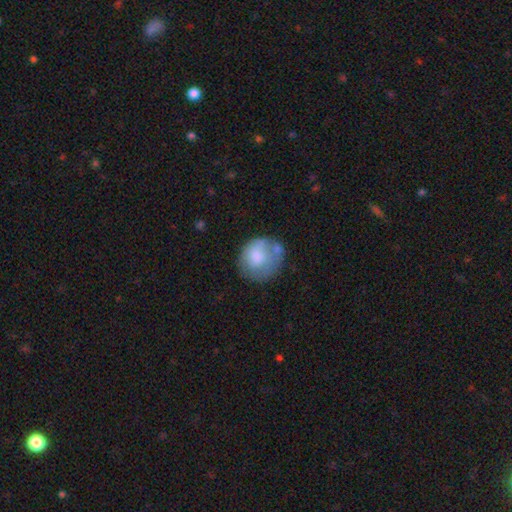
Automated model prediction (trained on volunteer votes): This appears to be a smooth galaxy with no disk features (71%) that is round (77%). Merging: none (51%).